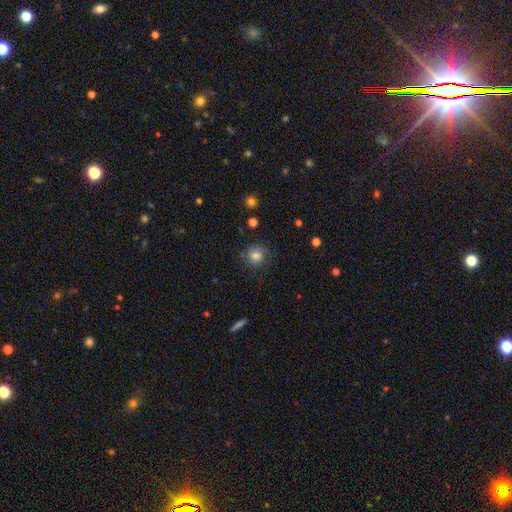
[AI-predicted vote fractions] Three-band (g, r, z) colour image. It shows a smooth galaxy with no disk features (77%) that is round (86%). Merging: none (80%).